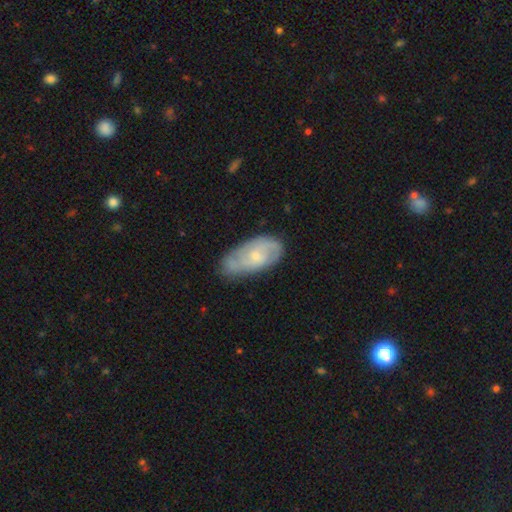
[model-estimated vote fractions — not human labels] Smooth or featured: featured or disk — 62% (smooth — 32%)
Edge-on disk: no — 94% (yes — 6%)
Bar: no — 67% (weak — 29%)
Spiral arms: yes — 83% (no — 17%)
Bulge size: small — 61% (moderate — 31%)
Merging: none — 64% (minor disturbance — 27%)